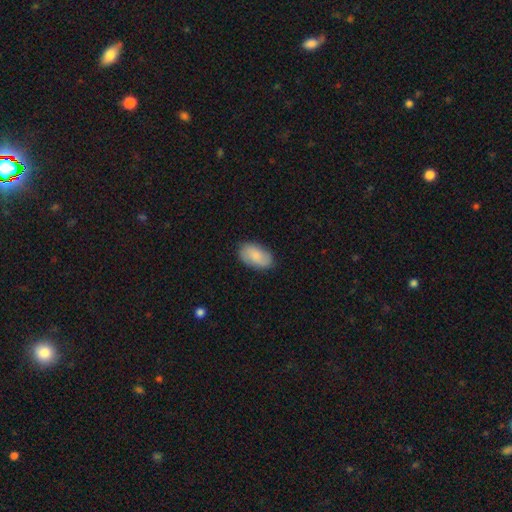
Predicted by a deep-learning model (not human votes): Q: Smooth or featured?
A: smooth (75%); runner-up: featured or disk (19%)
Q: How rounded?
A: in between (93%); runner-up: round (5%)
Q: Merging?
A: none (84%); runner-up: minor disturbance (12%)